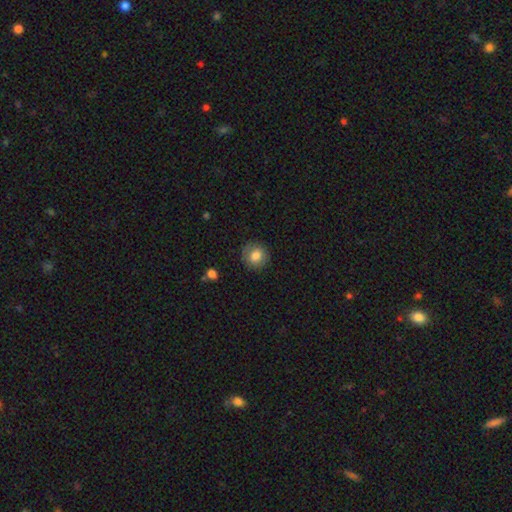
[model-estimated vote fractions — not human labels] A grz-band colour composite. It shows a smooth galaxy with no disk features (80%) that is round (87%). Merging: none (86%).